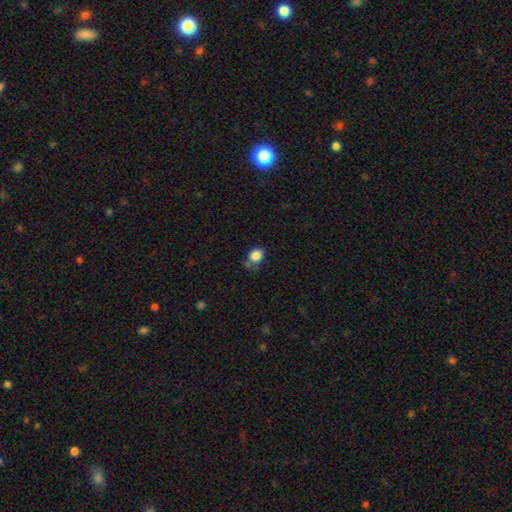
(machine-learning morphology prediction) A smooth galaxy with no disk features (85%) that is in between round and cigar-shaped (64%). Merging: none (55%).